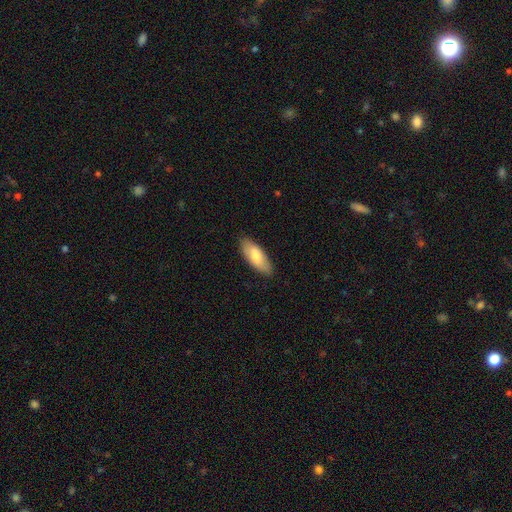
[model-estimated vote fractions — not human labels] smooth-or-featured: smooth: 77% | featured or disk: 18% | star or artifact: 6%
  how-rounded: in between: 77% | cigar-shaped: 21% | round: 2%
  merging: none: 84% | minor disturbance: 13% | major disturbance: 2% | merger: 1%